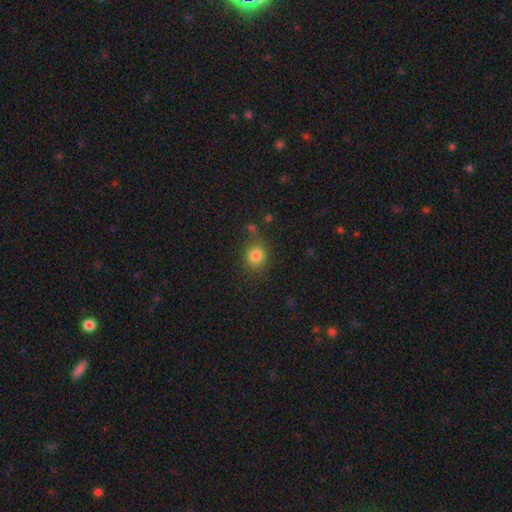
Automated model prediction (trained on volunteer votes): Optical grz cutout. It shows a smooth galaxy with no disk features (82%) that is round (81%). Merging: none (77%).